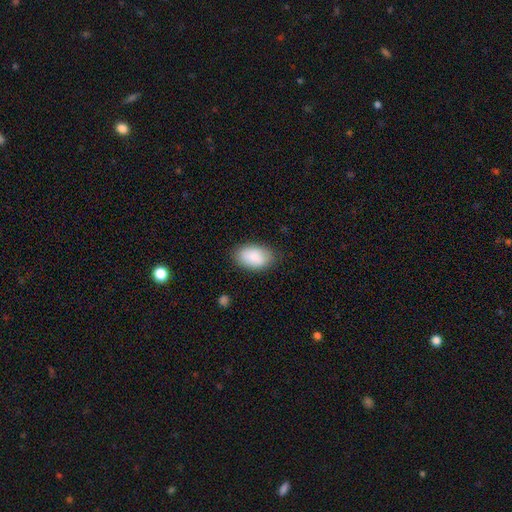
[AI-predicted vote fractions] This is clearly a smooth galaxy (86%). How rounded: clearly in between (92%). Merging: clearly none (81%).